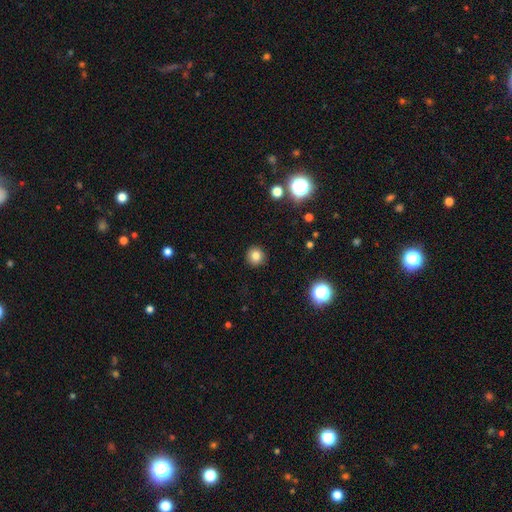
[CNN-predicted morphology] Smooth or featured? Predicted: smooth (p=0.82). How rounded? Predicted: round (p=0.93). Merging? Predicted: none (p=0.91).